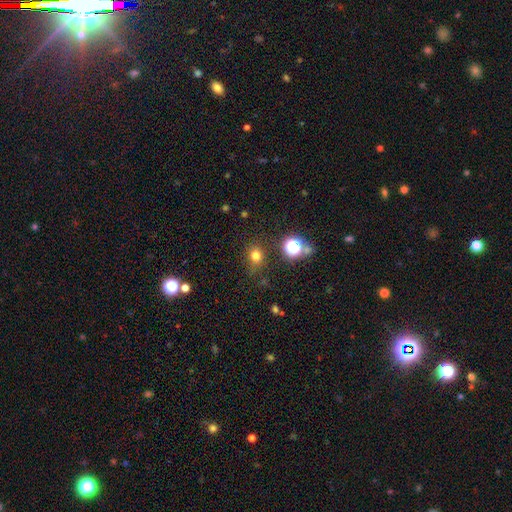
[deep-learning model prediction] smooth_or_featured: smooth (p=0.73) [alt: star or artifact p=0.20]
how_rounded: round (p=0.68) [alt: in between p=0.31]
merging: none (p=0.76) [alt: minor disturbance p=0.15]